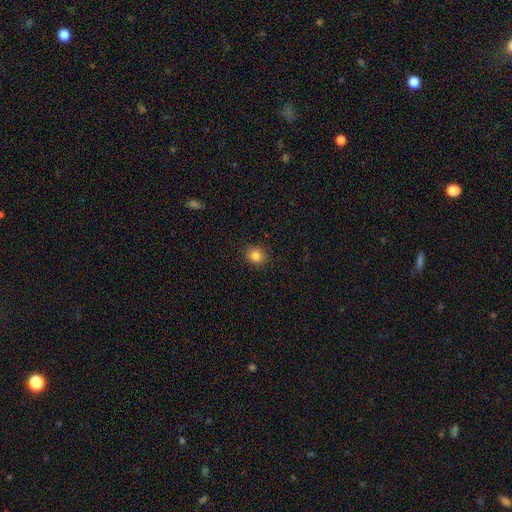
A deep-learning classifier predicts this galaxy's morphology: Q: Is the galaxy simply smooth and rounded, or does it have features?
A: smooth — 84%.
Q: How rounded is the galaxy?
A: round — 73%.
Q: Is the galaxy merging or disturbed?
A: none — 89%.